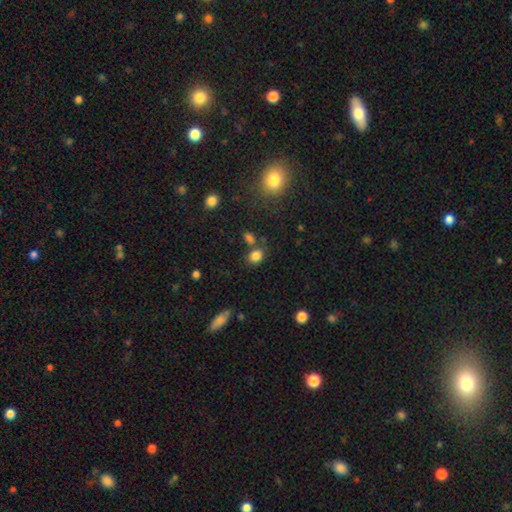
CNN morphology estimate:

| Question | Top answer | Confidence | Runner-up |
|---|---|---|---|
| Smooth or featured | smooth | 82% | star or artifact (13%) |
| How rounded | in between | 55% | round (43%) |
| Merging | none | 68% | merger (15%) |